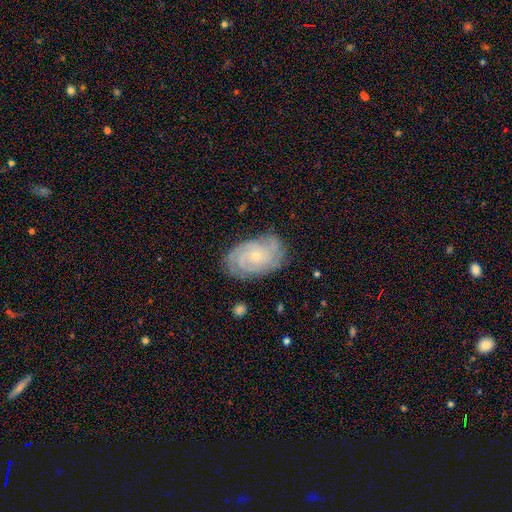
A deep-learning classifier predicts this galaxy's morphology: The model was most divided on "spiral arm count": can't tell: 28%, 3: 23%, 2: 21%, 4: 16%, more than 4: 6%, 1: 6%. More confident: edge-on disk — no (97%); spiral arms — yes (96%); smooth or featured — featured or disk (81%); merging — none (79%); bar — no (76%); spiral winding — tight (75%); bulge size — small (75%).